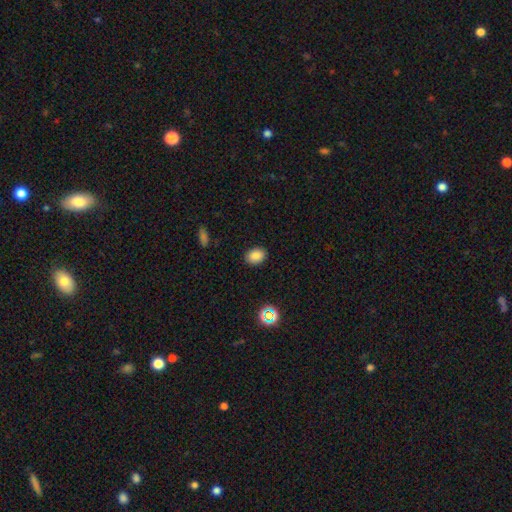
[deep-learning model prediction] This appears to be a smooth galaxy with no disk features (84%) that is in between round and cigar-shaped (69%). Merging: none (88%).